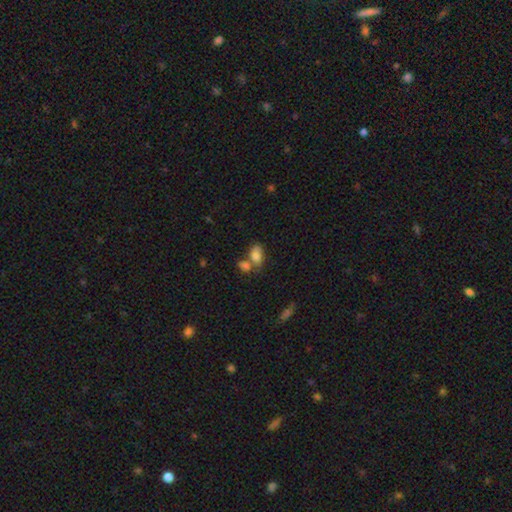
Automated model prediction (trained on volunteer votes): Q: Smooth or featured?
A: smooth (82%); runner-up: star or artifact (9%)
Q: How rounded?
A: in between (89%); runner-up: round (9%)
Q: Merging?
A: merger (43%); runner-up: none (39%)